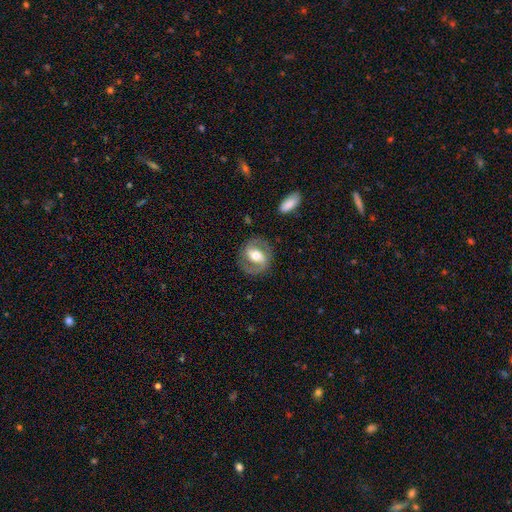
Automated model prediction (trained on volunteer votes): smooth_or_featured: featured or disk (p=0.75) [alt: smooth p=0.19]
disk_edge_on: no (p=0.96) [alt: yes p=0.04]
bar: weak (p=0.38) [alt: strong p=0.37]
has_spiral_arms: yes (p=0.86) [alt: no p=0.14]
spiral_winding: medium (p=0.52) [alt: tight p=0.31]
spiral_arm_count: 2 (p=0.88) [alt: can't tell p=0.05]
bulge_size: moderate (p=0.69) [alt: large p=0.16]
merging: none (p=0.80) [alt: minor disturbance p=0.12]